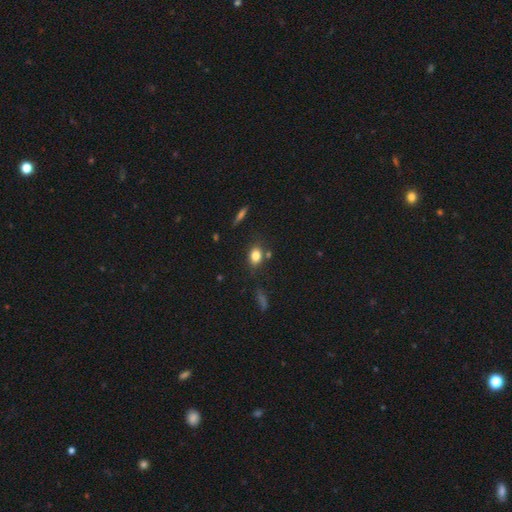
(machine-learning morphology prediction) Smooth or featured? smooth (80%)
How rounded? in between (67%)
Merging? none (73%)